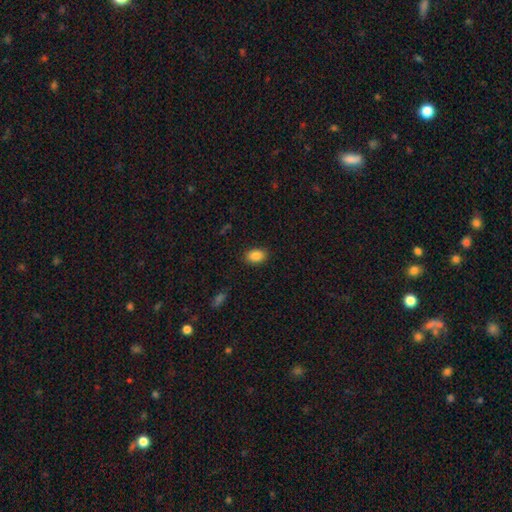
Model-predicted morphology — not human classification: Overall: smooth (87%). How rounded: in between (85%). Merging: none (87%).